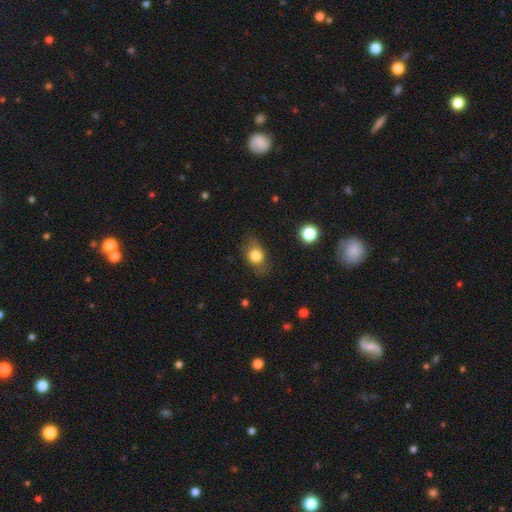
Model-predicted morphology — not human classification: A smooth galaxy with no disk features (77%) that is in between round and cigar-shaped (65%).

Vote fractions:
- Smooth or featured? smooth: 77% / featured or disk: 14% / star or artifact: 9%
- How rounded? in between: 65% / round: 32% / cigar-shaped: 3%
- Merging? none: 73% / minor disturbance: 19% / major disturbance: 7% / merger: 1%